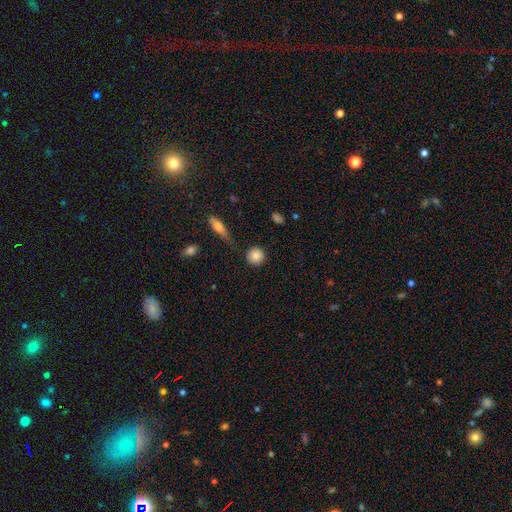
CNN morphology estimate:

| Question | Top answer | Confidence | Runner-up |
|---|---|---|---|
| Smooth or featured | smooth | 86% | star or artifact (8%) |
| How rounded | round | 93% | in between (6%) |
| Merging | none | 86% | minor disturbance (8%) |